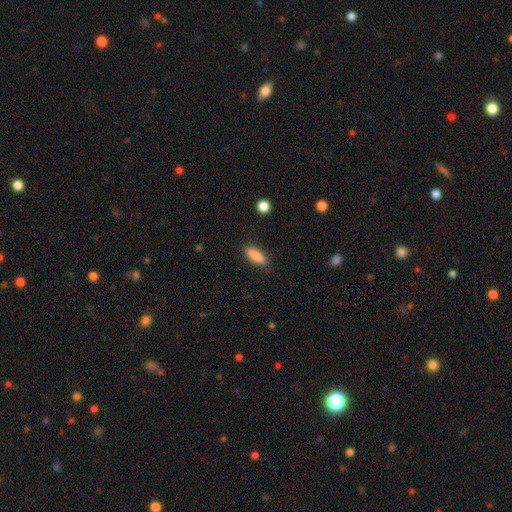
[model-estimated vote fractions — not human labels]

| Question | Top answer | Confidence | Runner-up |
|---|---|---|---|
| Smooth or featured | smooth | 88% | star or artifact (6%) |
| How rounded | in between | 60% | cigar-shaped (38%) |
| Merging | none | 86% | minor disturbance (10%) |